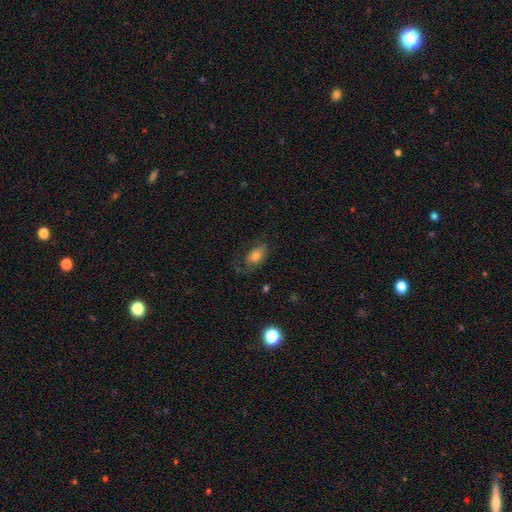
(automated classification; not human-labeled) smooth-or-featured: smooth: 66% | featured or disk: 24% | star or artifact: 10%
  how-rounded: in between: 87% | round: 10% | cigar-shaped: 3%
  merging: none: 50% | minor disturbance: 25% | major disturbance: 23% | merger: 2%